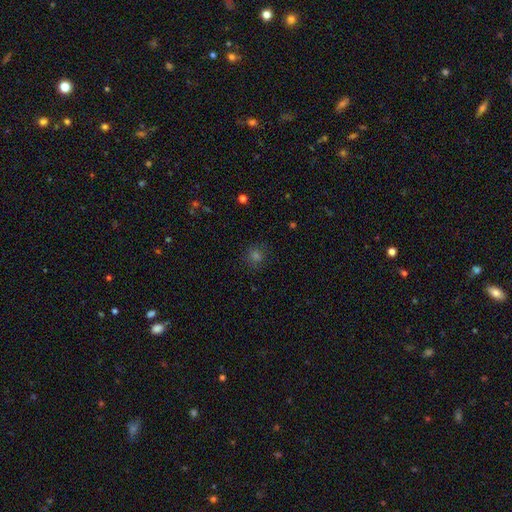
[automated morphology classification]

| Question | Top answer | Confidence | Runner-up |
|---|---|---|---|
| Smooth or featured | smooth | 60% | star or artifact (32%) |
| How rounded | round | 90% | in between (9%) |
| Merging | none | 87% | minor disturbance (8%) |